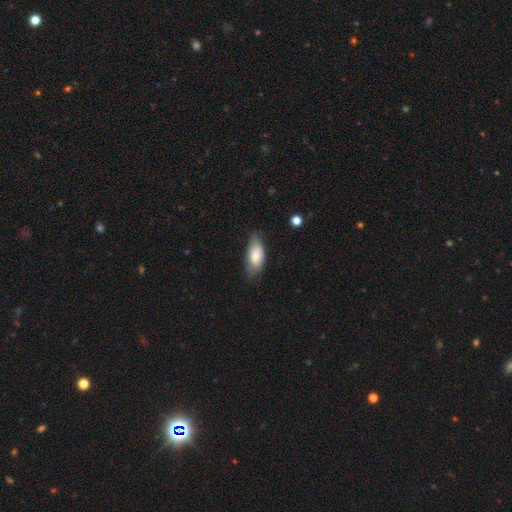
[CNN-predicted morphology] Overall: smooth (76%). How rounded: in between (85%). Merging: none (67%).